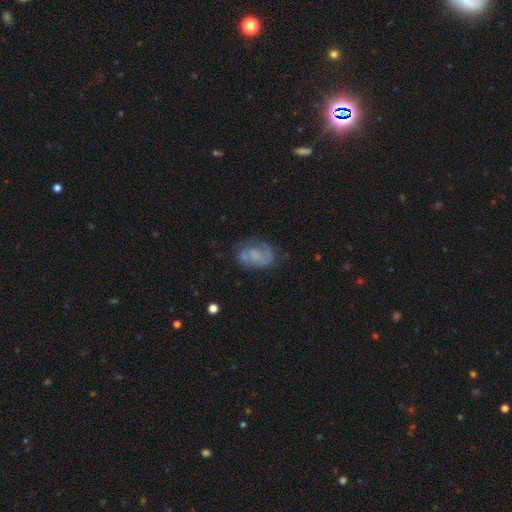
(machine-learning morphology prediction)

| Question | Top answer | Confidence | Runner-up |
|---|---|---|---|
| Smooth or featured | featured or disk | 58% | smooth (32%) |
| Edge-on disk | no | 97% | yes (3%) |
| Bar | no | 66% | weak (28%) |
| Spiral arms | yes | 77% | no (23%) |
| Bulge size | none | 50% | small (27%) |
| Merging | none | 59% | minor disturbance (24%) |